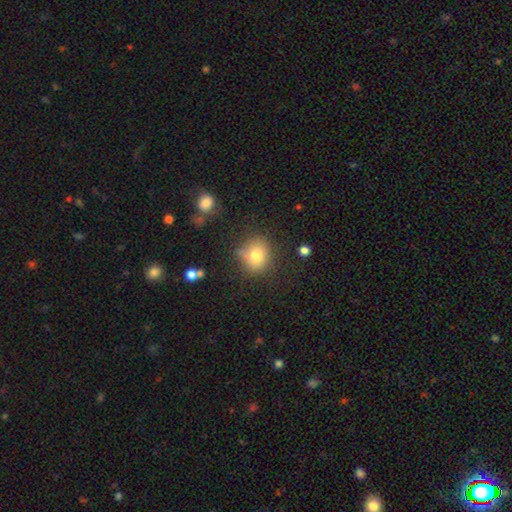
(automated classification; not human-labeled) Morphology: type=smooth (76%); roundness=round (76%); merging=none (74%).